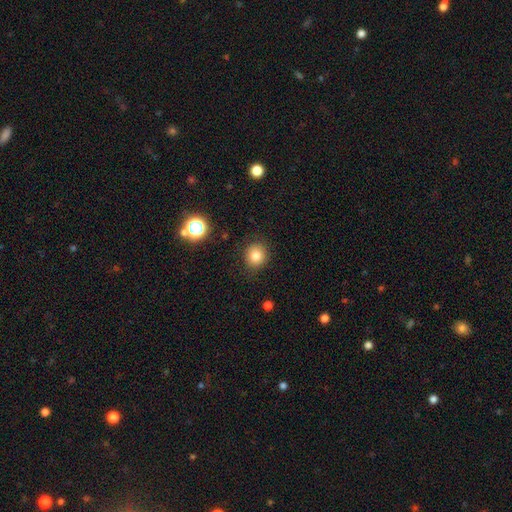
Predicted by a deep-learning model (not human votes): This appears to be a smooth galaxy with no disk features (81%) that is round (84%). Merging: none (87%).